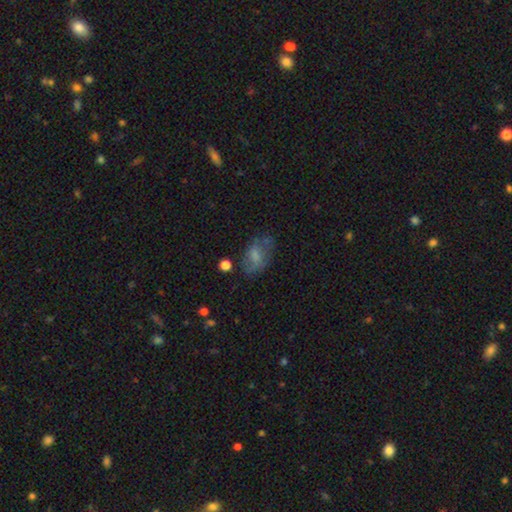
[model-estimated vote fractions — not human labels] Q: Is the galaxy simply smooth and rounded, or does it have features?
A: smooth — 60%.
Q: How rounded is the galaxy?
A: in between — 87%.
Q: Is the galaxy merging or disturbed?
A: none — 55%.